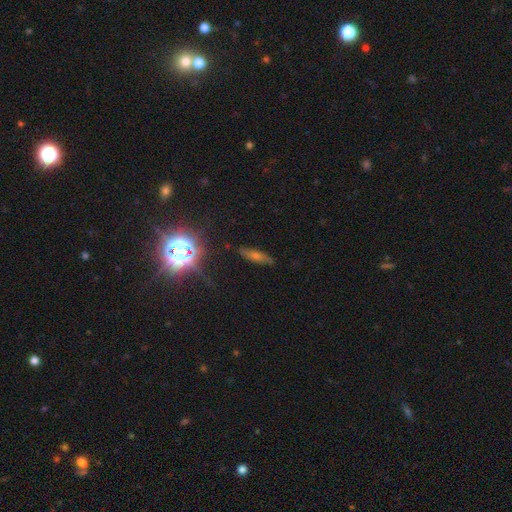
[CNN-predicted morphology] smooth-or-featured: featured or disk: 34% | smooth: 33% | star or artifact: 33%
  merging: none: 83% | minor disturbance: 12% | major disturbance: 3% | merger: 2%